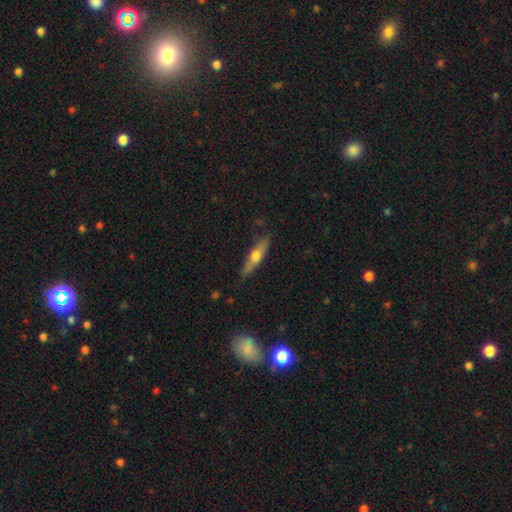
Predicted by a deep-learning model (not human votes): Smooth or featured: featured or disk — 51% (smooth — 43%)
Edge-on disk: yes — 89% (no — 11%)
Merging: none — 84% (minor disturbance — 12%)